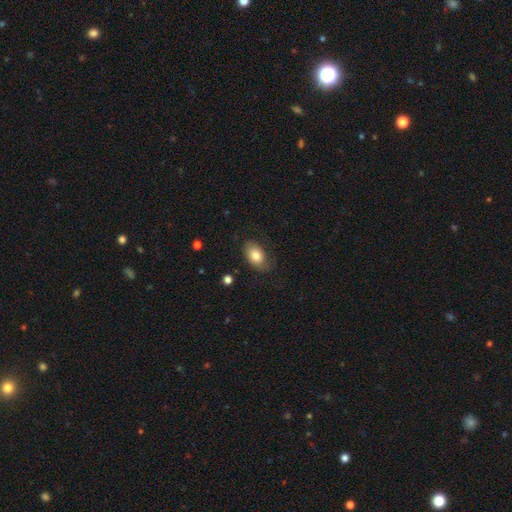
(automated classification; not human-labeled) smooth 79%, featured or disk 13%, star or artifact 7%. Down the decision tree: how rounded — in between (89%); merging — none (72%).